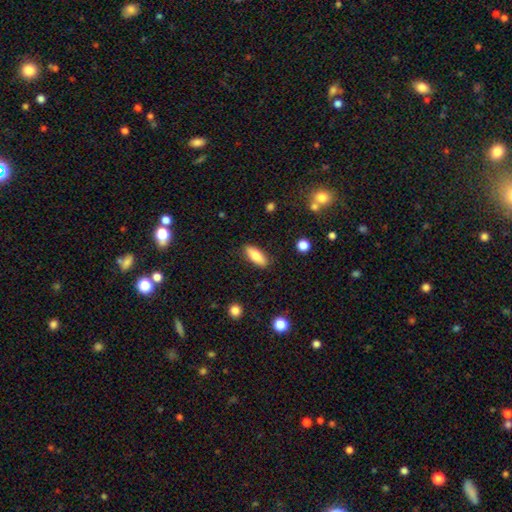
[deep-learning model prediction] This appears to be a smooth galaxy with no disk features (79%) that is in between round and cigar-shaped (75%). Merging: none (86%).